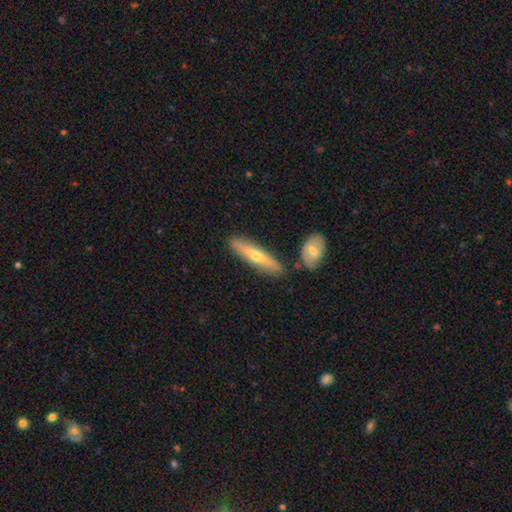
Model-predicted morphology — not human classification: The model was most divided on "smooth or featured": featured or disk: 48%, smooth: 46%, star or artifact: 6%. More confident: merging — none (82%).